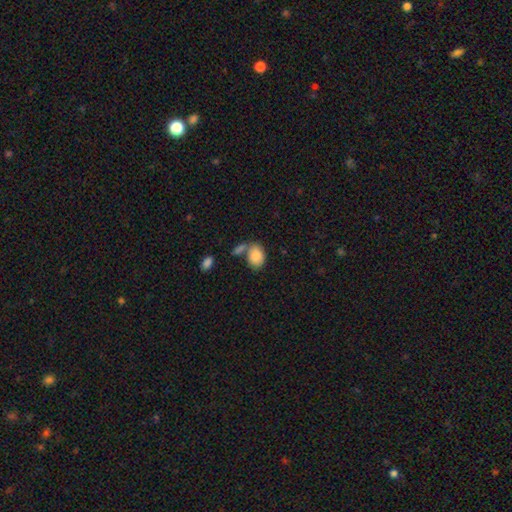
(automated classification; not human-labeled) Smooth or featured?
  - smooth: 86% *
  - star or artifact: 8%
  - featured or disk: 6%
How rounded?
  - in between: 79% *
  - round: 20%
  - cigar-shaped: 1%
Merging?
  - none: 49% *
  - merger: 31%
  - minor disturbance: 14%
  - major disturbance: 6%